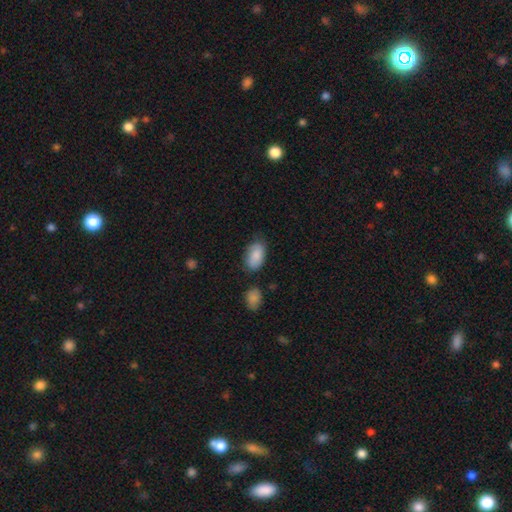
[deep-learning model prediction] This appears to be a smooth galaxy with no disk features (87%) that is in between round and cigar-shaped (93%). Merging: none (69%).